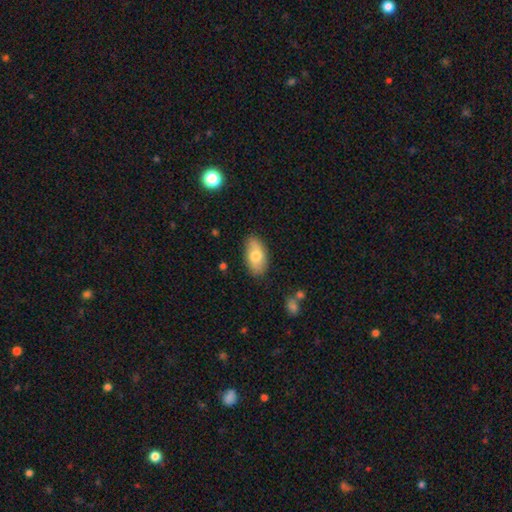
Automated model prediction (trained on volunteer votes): Smooth or featured?
  - smooth: 73% *
  - featured or disk: 21%
  - star or artifact: 6%
How rounded?
  - in between: 93% *
  - round: 4%
  - cigar-shaped: 3%
Merging?
  - none: 82% *
  - minor disturbance: 14%
  - major disturbance: 3%
  - merger: 2%